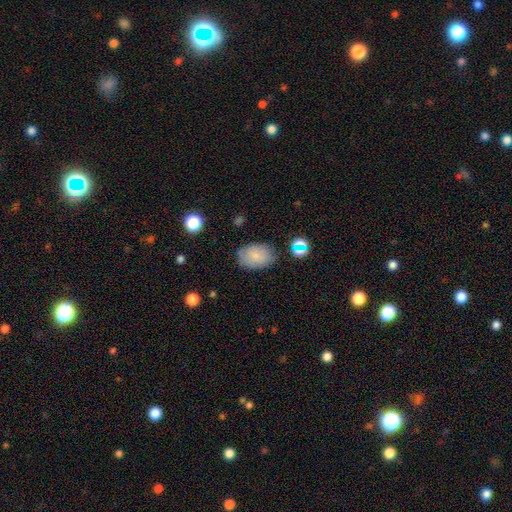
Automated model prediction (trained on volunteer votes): Q: Smooth or featured?
A: smooth (78%); runner-up: featured or disk (13%)
Q: How rounded?
A: in between (88%); runner-up: round (11%)
Q: Merging?
A: none (77%); runner-up: minor disturbance (16%)